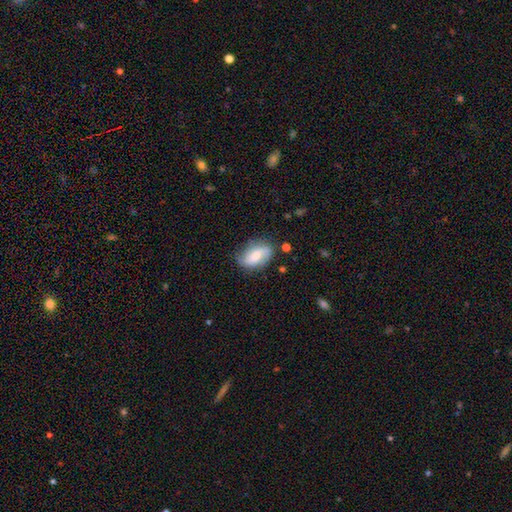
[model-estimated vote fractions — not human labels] Morphology: type=smooth (46%, tied with featured or disk); merging=none (67%).